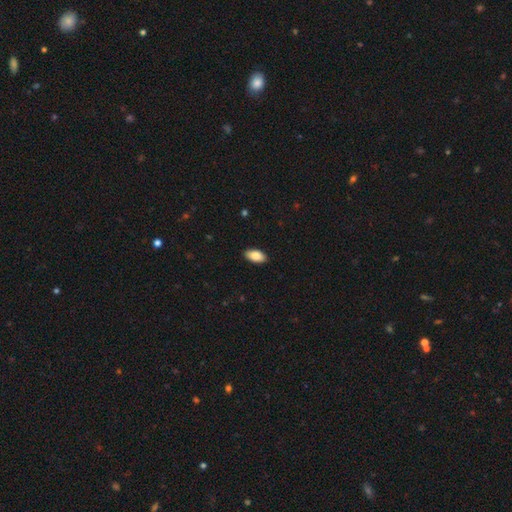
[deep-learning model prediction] smooth_or_featured: smooth (p=0.85) [alt: featured or disk p=0.08]
how_rounded: in between (p=0.93) [alt: cigar-shaped p=0.04]
merging: none (p=0.89) [alt: minor disturbance p=0.08]